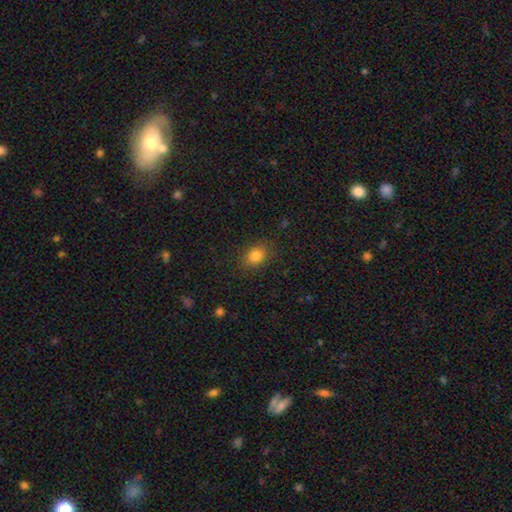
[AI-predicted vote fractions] A smooth galaxy with no disk features (84%) that is in between round and cigar-shaped (64%). Merging: none (84%).